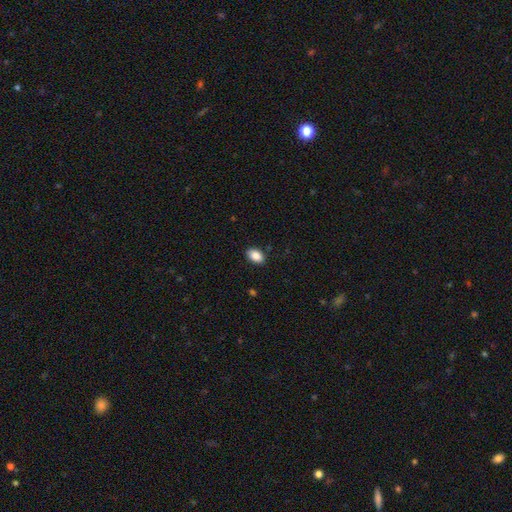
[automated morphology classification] Smooth or featured? Predicted: smooth (p=0.87). How rounded? Predicted: in between (p=0.90). Merging? Predicted: none (p=0.88).